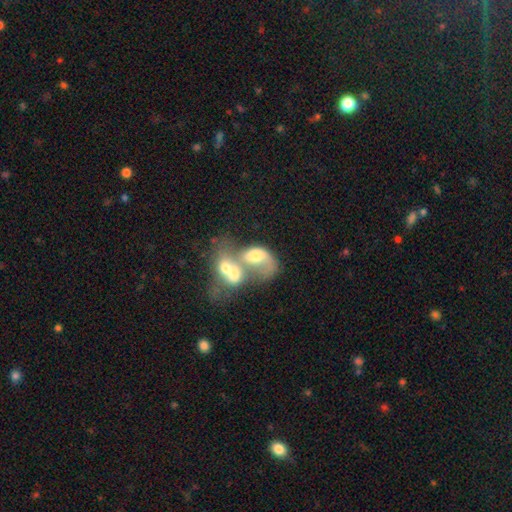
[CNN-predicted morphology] smooth-or-featured: smooth: 46% | featured or disk: 45% | star or artifact: 9%
  merging: merger: 77% | major disturbance: 13% | none: 6% | minor disturbance: 4%